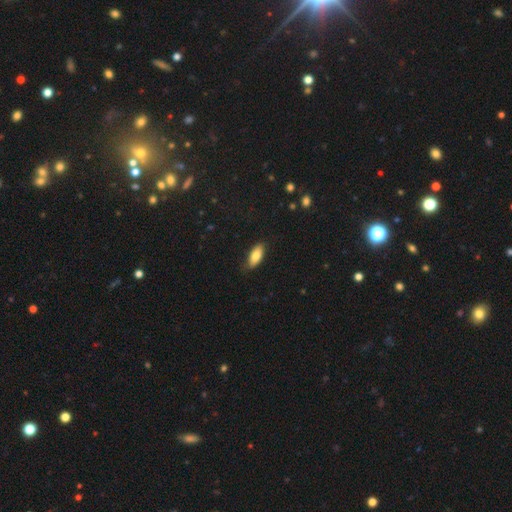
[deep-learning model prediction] Smooth or featured: smooth — 80% (featured or disk — 14%)
How rounded: in between — 84% (cigar-shaped — 14%)
Merging: none — 80% (minor disturbance — 16%)